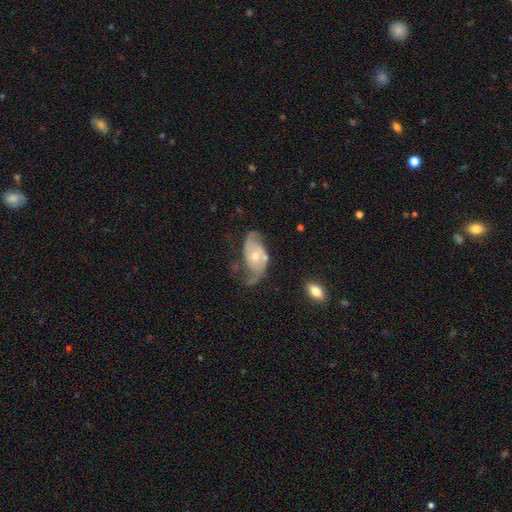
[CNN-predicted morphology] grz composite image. It shows a featured or disk galaxy (80%) with no bar (66%), 2 (86%) loose (46%) spiral arms (91%) and a small central bulge (52%). Merging: none (49%).